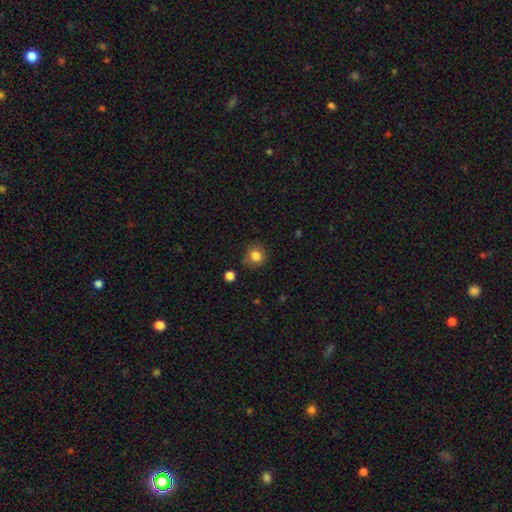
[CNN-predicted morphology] Overall: smooth (82%). How rounded: round (79%). Merging: none (76%).